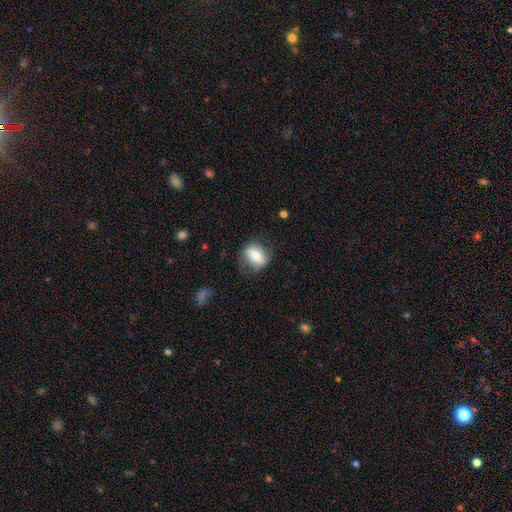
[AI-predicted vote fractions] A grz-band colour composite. It shows a smooth galaxy with no disk features (60%) that is in between round and cigar-shaped (55%). Merging: none (70%).